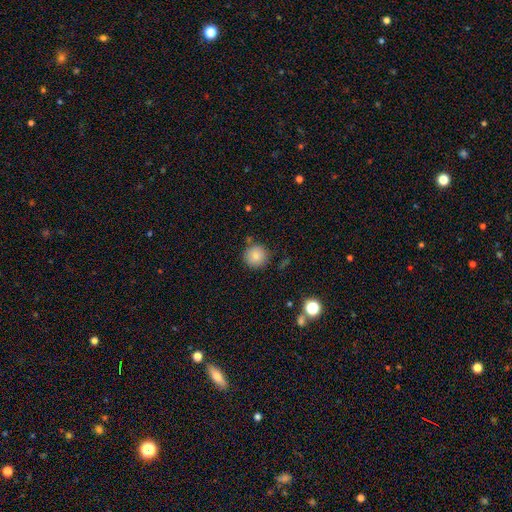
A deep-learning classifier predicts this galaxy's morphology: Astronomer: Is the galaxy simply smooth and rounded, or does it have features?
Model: smooth — 81%.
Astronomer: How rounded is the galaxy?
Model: round — 95%.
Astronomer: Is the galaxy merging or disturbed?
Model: none — 84%.